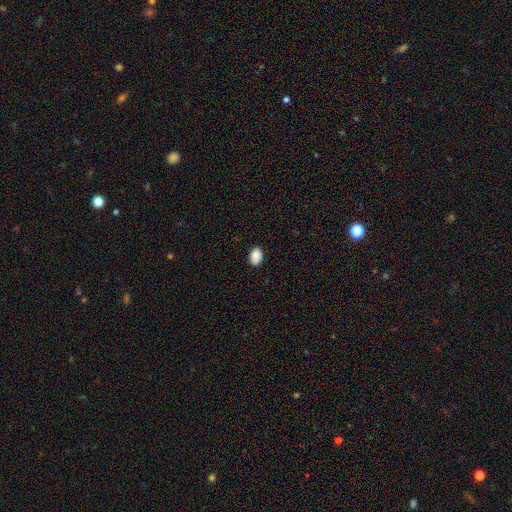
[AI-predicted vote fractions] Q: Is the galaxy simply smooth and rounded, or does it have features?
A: smooth — 89%.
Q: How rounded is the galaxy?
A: in between — 85%.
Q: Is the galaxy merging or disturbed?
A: none — 88%.